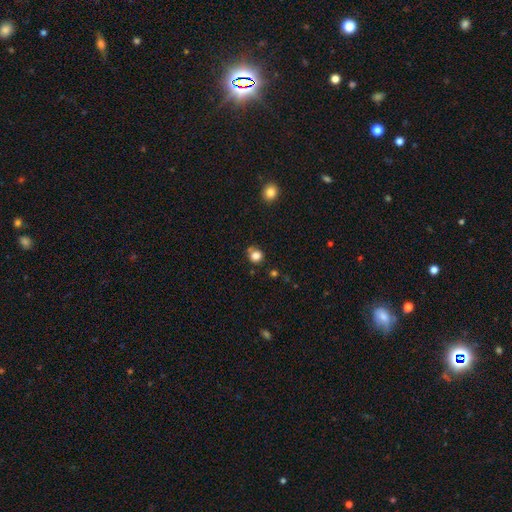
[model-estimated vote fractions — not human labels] smooth-or-featured: smooth: 81% | star or artifact: 14% | featured or disk: 5%
  how-rounded: round: 86% | in between: 13% | cigar-shaped: 1%
  merging: none: 71% | minor disturbance: 13% | merger: 11% | major disturbance: 4%